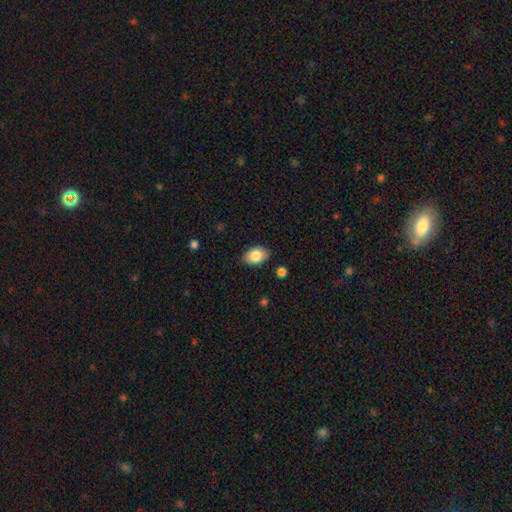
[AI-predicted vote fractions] This is clearly a smooth galaxy (84%). How rounded: clearly in between (81%). Merging: clearly none (85%).